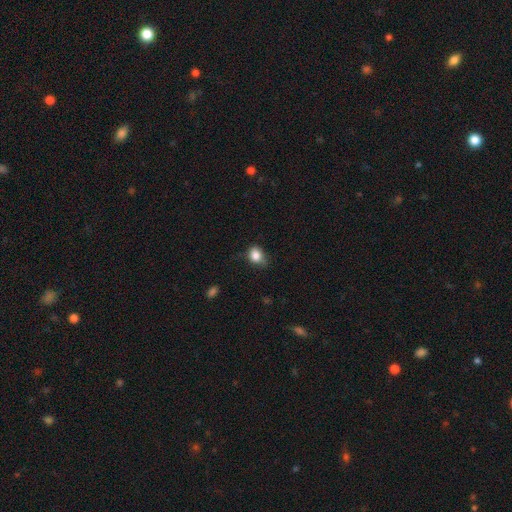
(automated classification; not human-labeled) This is clearly a smooth galaxy (83%). How rounded: possibly in between (51%). Merging: likely none (61%).